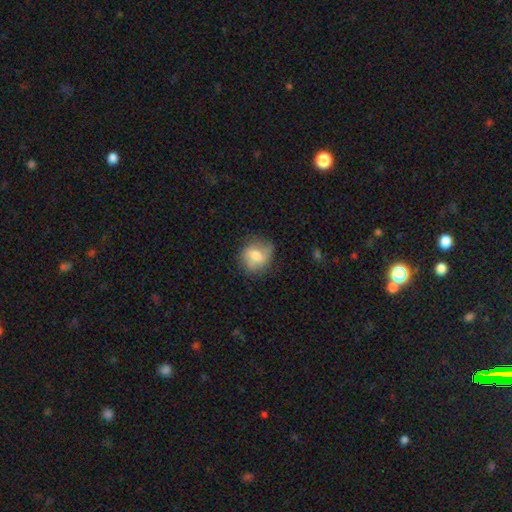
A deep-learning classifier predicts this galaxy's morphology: This is likely a smooth galaxy (64%). How rounded: likely round (73%). Merging: likely none (68%).